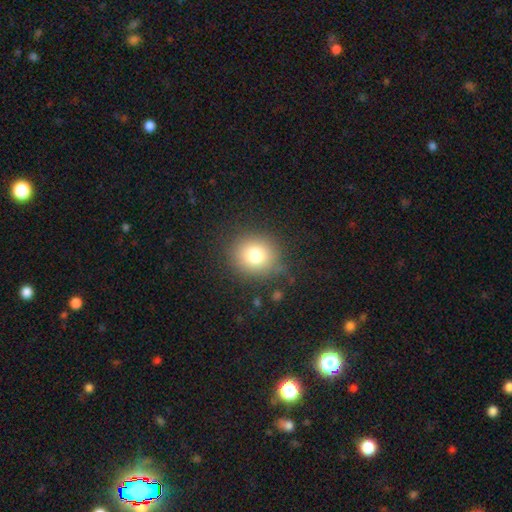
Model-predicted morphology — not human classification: Smooth or featured? smooth (76%)
How rounded? round (85%)
Merging? none (85%)